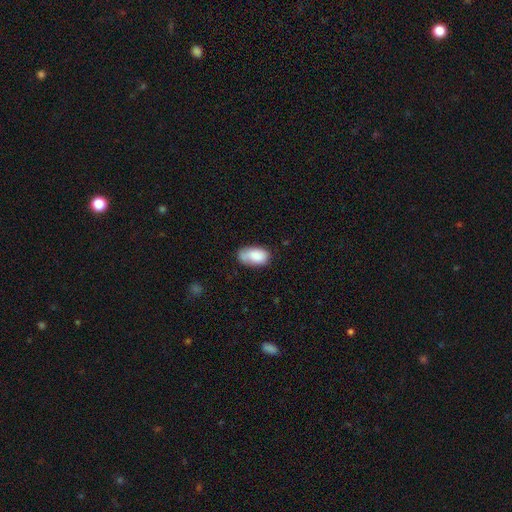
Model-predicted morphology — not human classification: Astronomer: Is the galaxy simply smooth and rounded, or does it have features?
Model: smooth — 82%.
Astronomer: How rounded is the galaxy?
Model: in between — 93%.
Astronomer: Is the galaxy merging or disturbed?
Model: none — 57%.